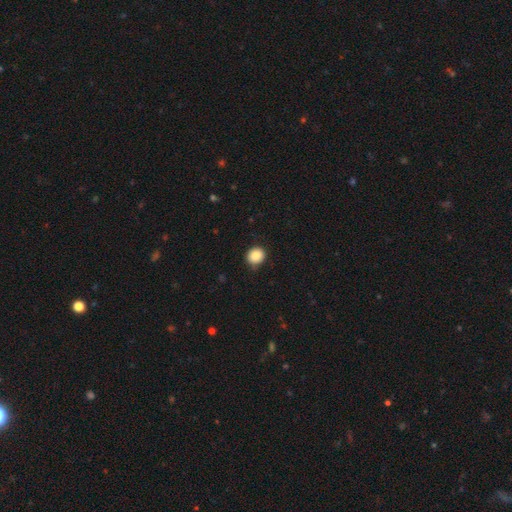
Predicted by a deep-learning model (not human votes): The model was most divided on "how rounded": round: 81%, in between: 18%, cigar-shaped: 1%. More confident: smooth or featured — smooth (88%); merging — none (86%).